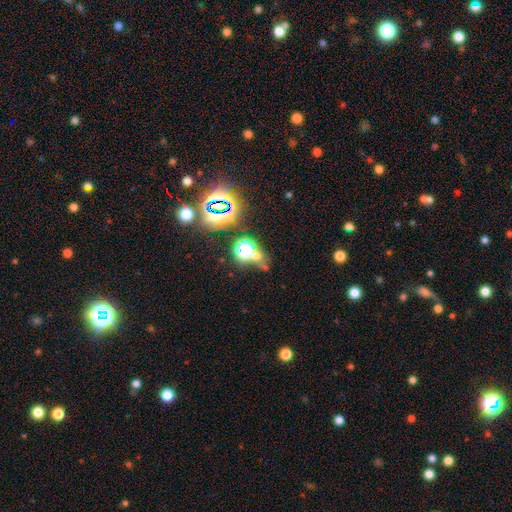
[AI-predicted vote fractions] smooth-or-featured: star or artifact: 59% | smooth: 31% | featured or disk: 10%